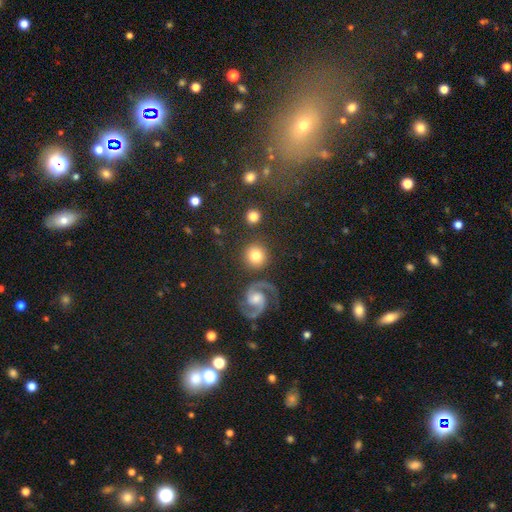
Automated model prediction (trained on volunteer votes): Overall: smooth (71%). How rounded: round (93%). Merging: none (84%).